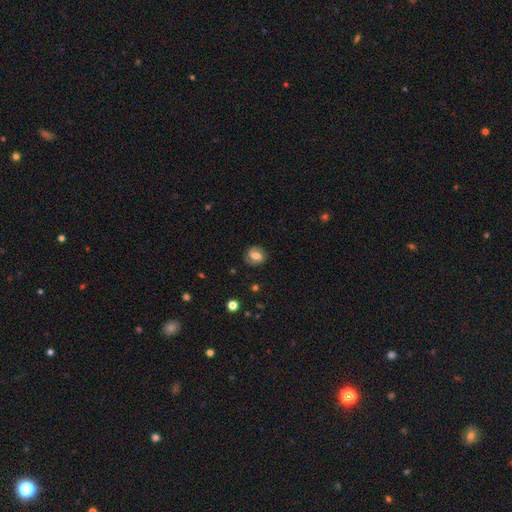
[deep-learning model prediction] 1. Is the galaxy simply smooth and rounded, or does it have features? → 48% featured or disk, 43% smooth, 9% star or artifact.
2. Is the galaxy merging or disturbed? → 77% none, 15% minor disturbance, 6% major disturbance, 2% merger.